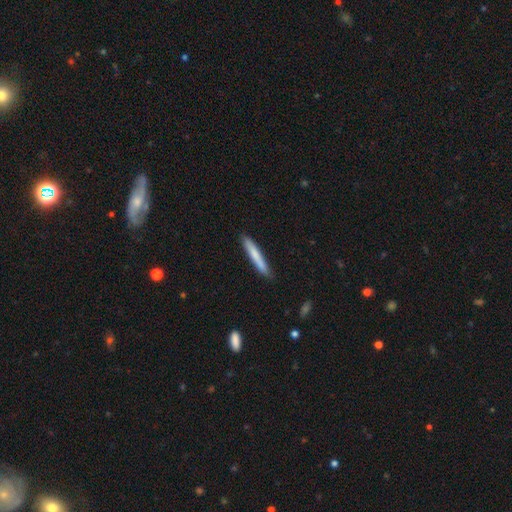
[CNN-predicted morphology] The model was most divided on "smooth or featured": smooth: 73%, featured or disk: 22%, star or artifact: 5%. More confident: how rounded — cigar-shaped (95%); merging — none (87%).